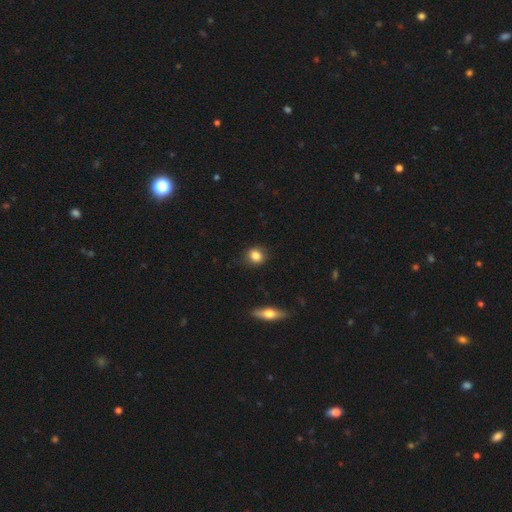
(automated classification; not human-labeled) smooth-or-featured: smooth: 84% | star or artifact: 9% | featured or disk: 7%
  how-rounded: round: 73% | in between: 25% | cigar-shaped: 2%
  merging: none: 86% | minor disturbance: 11% | major disturbance: 2% | merger: 1%